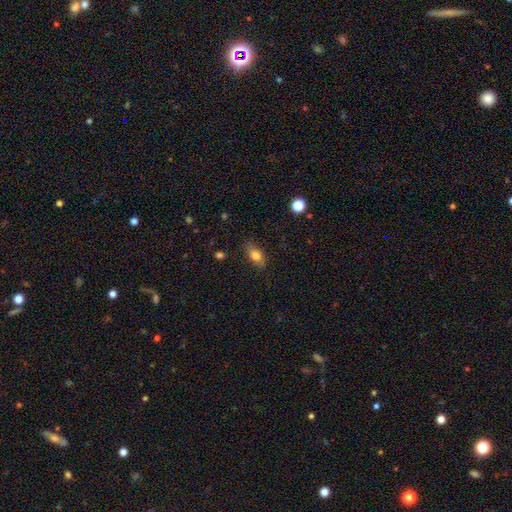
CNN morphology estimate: Smooth or featured? smooth (77%)
How rounded? in between (82%)
Merging? none (83%)